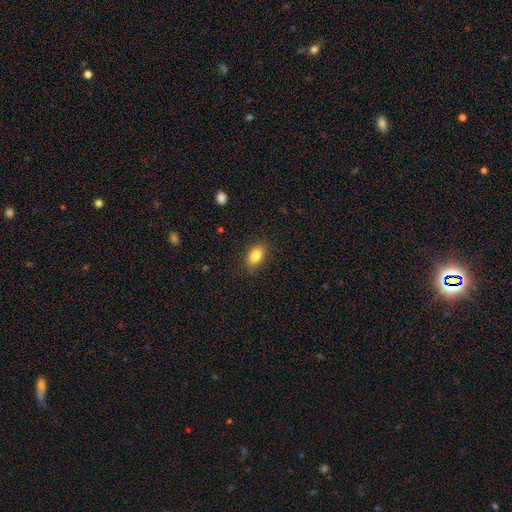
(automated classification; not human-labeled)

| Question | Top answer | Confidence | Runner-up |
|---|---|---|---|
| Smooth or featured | smooth | 84% | star or artifact (8%) |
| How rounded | in between | 86% | round (12%) |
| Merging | none | 87% | minor disturbance (10%) |